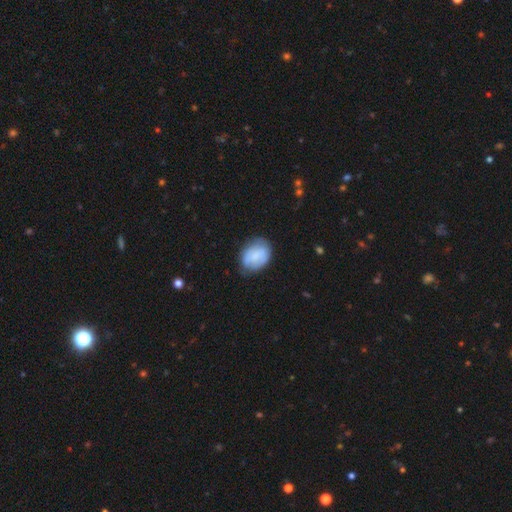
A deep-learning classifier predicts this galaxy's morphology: type=smooth (66%); roundness=in between (65%); merging=none (69%).